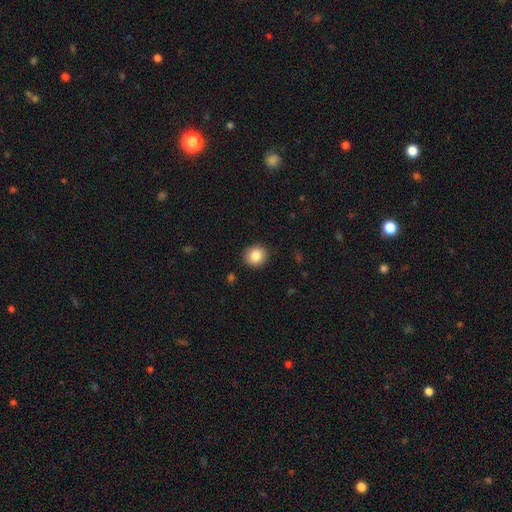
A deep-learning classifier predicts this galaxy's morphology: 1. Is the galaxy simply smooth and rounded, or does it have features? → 85% smooth, 9% star or artifact, 7% featured or disk.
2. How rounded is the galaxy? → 85% round, 14% in between, 1% cigar-shaped.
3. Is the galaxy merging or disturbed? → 91% none, 6% minor disturbance, 2% major disturbance, 1% merger.